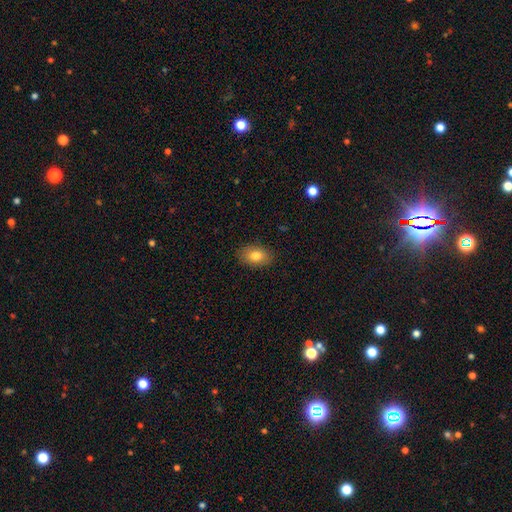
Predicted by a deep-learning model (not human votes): Morphology: type=smooth (82%); roundness=in between (86%); merging=none (88%).